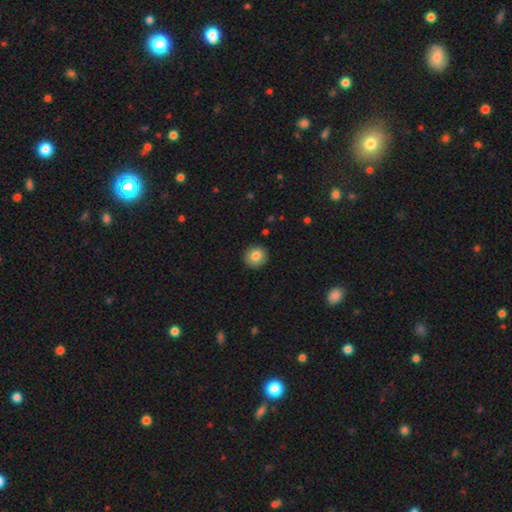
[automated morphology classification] A smooth galaxy with no disk features (83%) that is round (88%).

Vote fractions:
- Smooth or featured? smooth: 83% / star or artifact: 9% / featured or disk: 8%
- How rounded? round: 88% / in between: 11% / cigar-shaped: 1%
- Merging? none: 90% / minor disturbance: 7% / major disturbance: 2% / merger: 1%